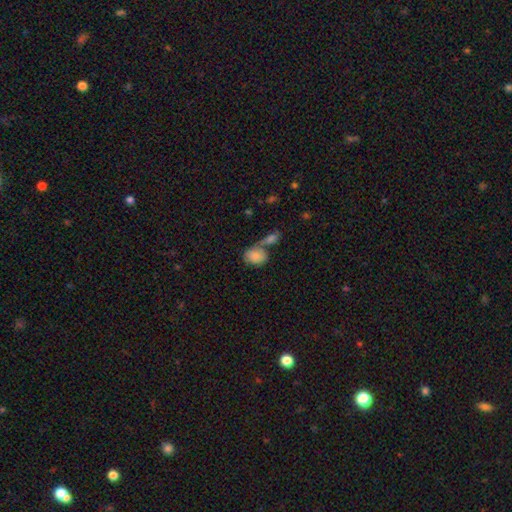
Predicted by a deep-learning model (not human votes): Smooth or featured?
  - smooth: 83% *
  - featured or disk: 9%
  - star or artifact: 7%
How rounded?
  - in between: 64% *
  - round: 34%
  - cigar-shaped: 1%
Merging?
  - merger: 42% *
  - none: 39%
  - minor disturbance: 14%
  - major disturbance: 6%